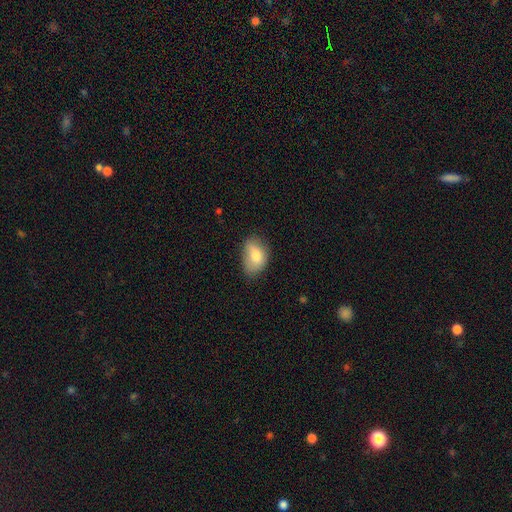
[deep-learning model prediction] Morphology: type=smooth (76%); roundness=in between (87%); merging=none (53%).